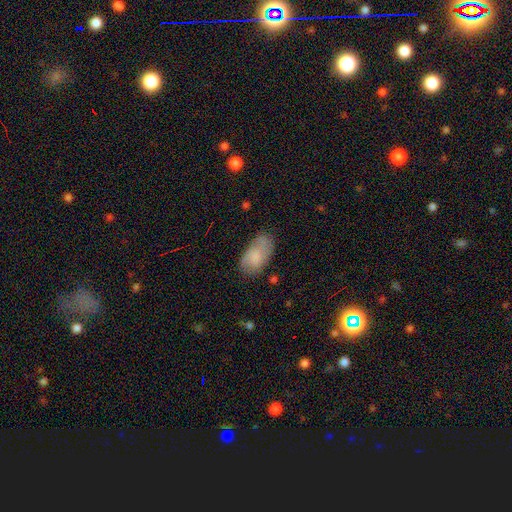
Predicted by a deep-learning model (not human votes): Smooth or featured? smooth (68%)
How rounded? in between (93%)
Merging? none (62%)